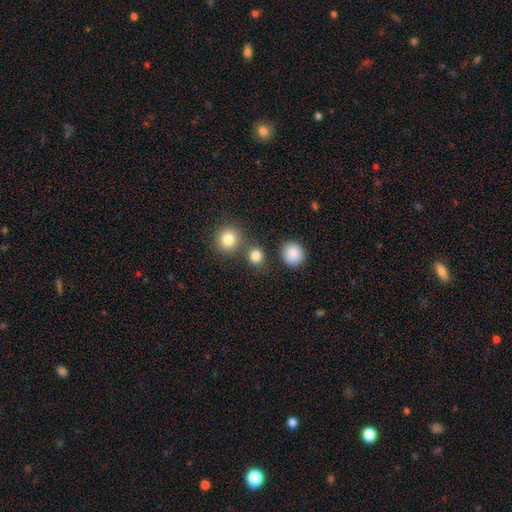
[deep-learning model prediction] smooth-or-featured: smooth: 83% | star or artifact: 12% | featured or disk: 5%
  how-rounded: round: 82% | in between: 17% | cigar-shaped: 1%
  merging: none: 73% | merger: 16% | minor disturbance: 8% | major disturbance: 3%